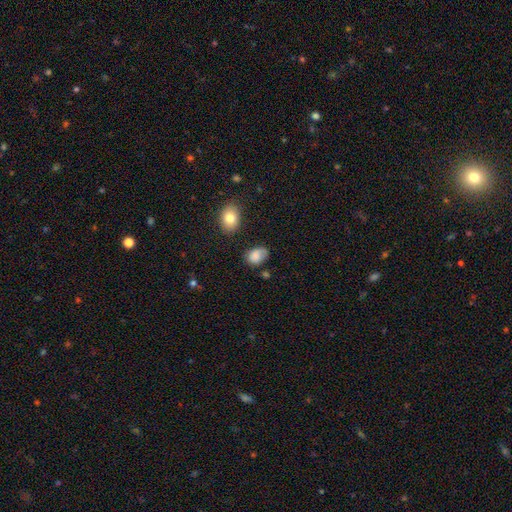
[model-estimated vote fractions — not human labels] Smooth or featured? smooth (82%)
How rounded? in between (77%)
Merging? none (57%)